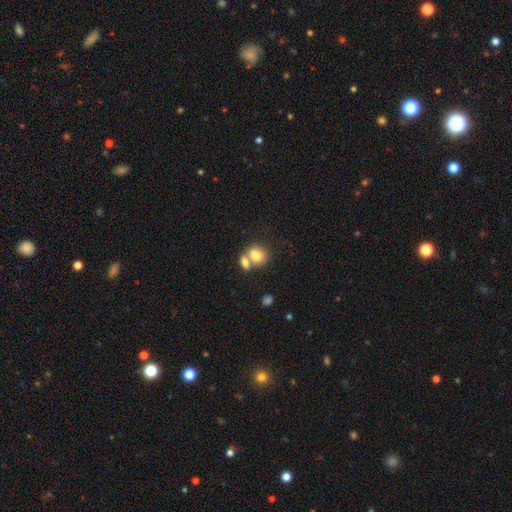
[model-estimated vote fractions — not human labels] smooth_or_featured: smooth (p=0.77) [alt: featured or disk p=0.15]
how_rounded: round (p=0.51) [alt: in between p=0.48]
merging: merger (p=0.59) [alt: none p=0.29]